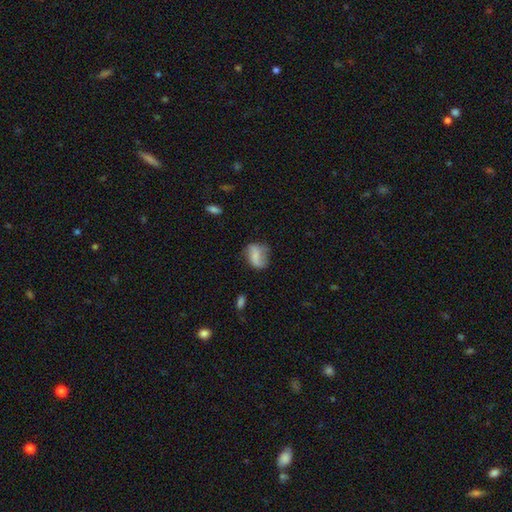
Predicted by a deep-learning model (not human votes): A smooth galaxy with no disk features (53%) that is in between round and cigar-shaped (68%). Merging: none (55%).